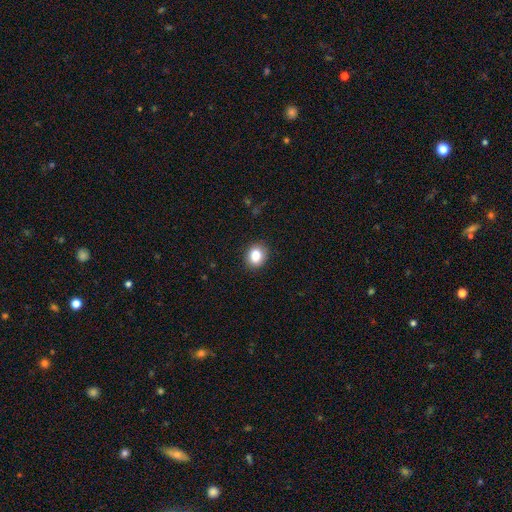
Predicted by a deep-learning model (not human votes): smooth_or_featured: smooth (p=0.85) [alt: star or artifact p=0.10]
how_rounded: round (p=0.53) [alt: in between p=0.46]
merging: none (p=0.88) [alt: minor disturbance p=0.08]